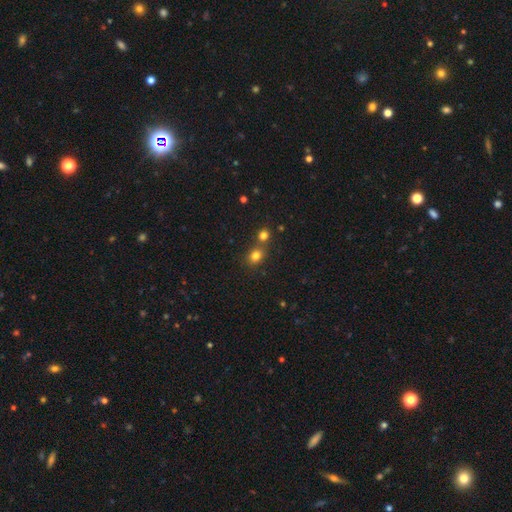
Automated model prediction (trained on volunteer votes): The model was most divided on "merging": none: 56%, merger: 32%, minor disturbance: 8%, major disturbance: 3%. More confident: smooth or featured — smooth (78%); how rounded — round (67%).